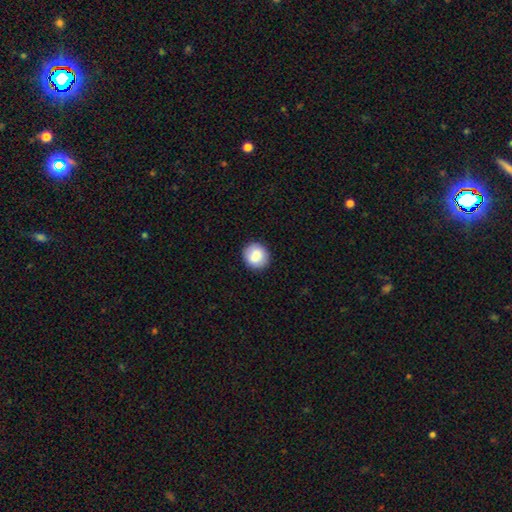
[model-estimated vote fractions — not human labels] smooth 86%, star or artifact 7%, featured or disk 7%. Down the decision tree: how rounded — round (87%); merging — none (89%).